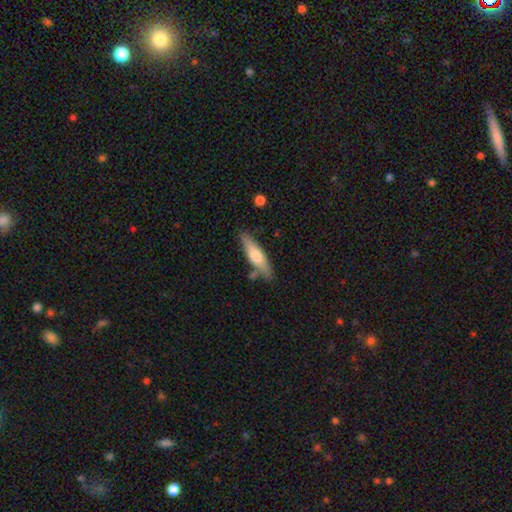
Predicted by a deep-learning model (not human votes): Smooth or featured? Predicted: smooth (p=0.58). How rounded? Predicted: cigar-shaped (p=0.70). Merging? Predicted: none (p=0.77).